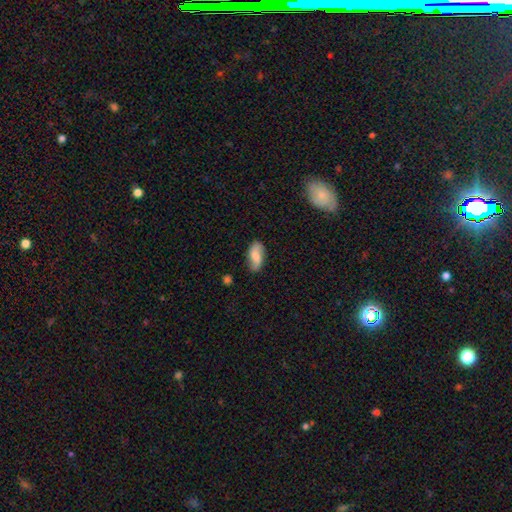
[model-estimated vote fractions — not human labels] Smooth or featured?
  - smooth: 62% *
  - featured or disk: 31%
  - star or artifact: 7%
How rounded?
  - in between: 89% *
  - cigar-shaped: 8%
  - round: 3%
Merging?
  - none: 76% *
  - minor disturbance: 18%
  - major disturbance: 4%
  - merger: 2%